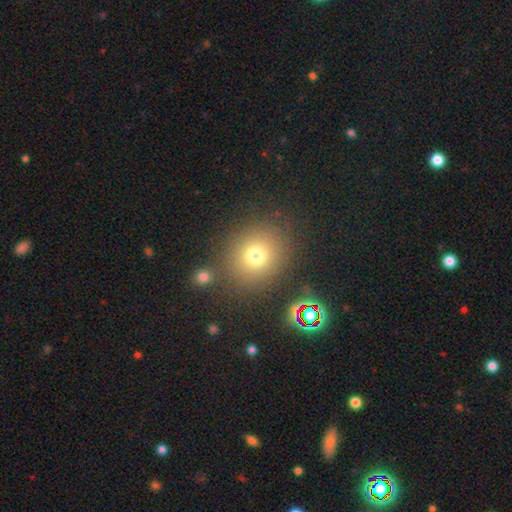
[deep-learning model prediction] Smooth or featured? smooth (73%)
How rounded? round (78%)
Merging? none (79%)